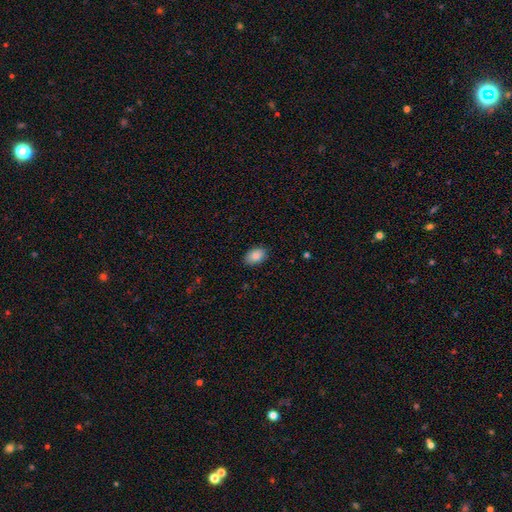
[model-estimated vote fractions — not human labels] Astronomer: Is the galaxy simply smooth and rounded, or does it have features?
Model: smooth — 87%.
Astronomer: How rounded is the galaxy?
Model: in between — 89%.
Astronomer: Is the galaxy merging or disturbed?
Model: none — 87%.